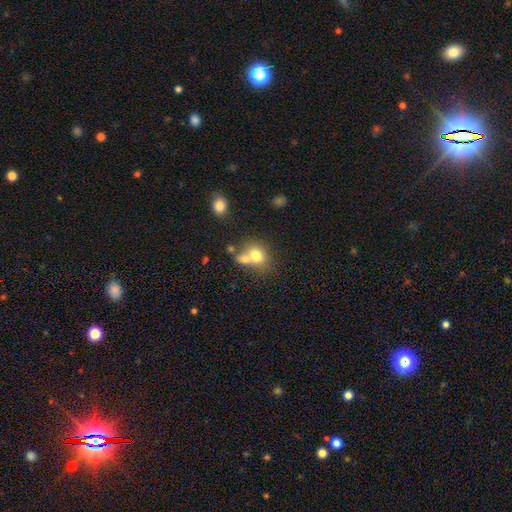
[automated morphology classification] A smooth galaxy with no disk features (74%) that is round (58%). Merging: merger (50%).